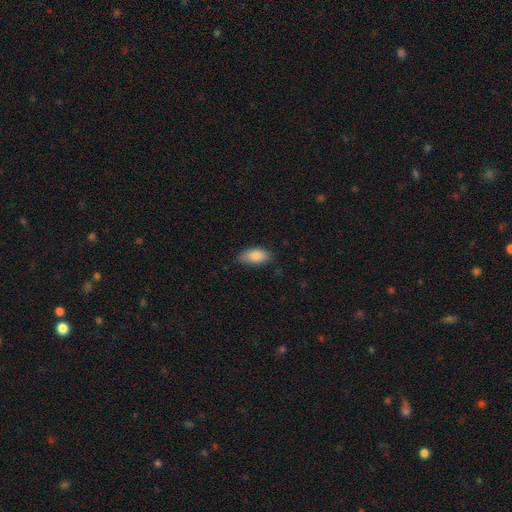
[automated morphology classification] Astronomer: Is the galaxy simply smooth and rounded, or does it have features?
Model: smooth — 87%.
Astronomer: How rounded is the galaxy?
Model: in between — 90%.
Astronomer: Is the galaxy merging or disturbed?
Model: none — 76%.